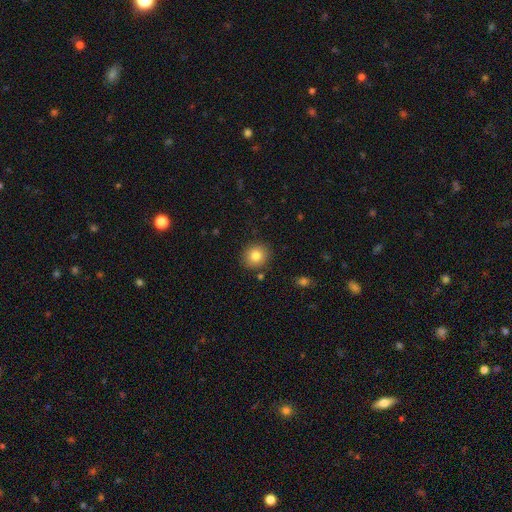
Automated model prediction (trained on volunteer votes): Overall: smooth (81%). How rounded: round (84%). Merging: none (88%).